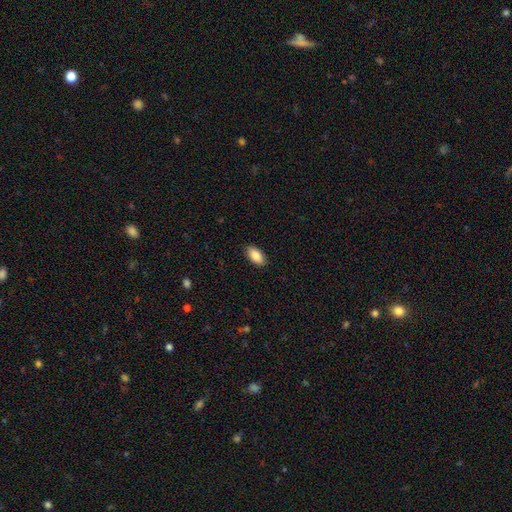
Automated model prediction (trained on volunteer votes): Smooth or featured?
  - smooth: 88% *
  - star or artifact: 6%
  - featured or disk: 6%
How rounded?
  - in between: 92% *
  - cigar-shaped: 5%
  - round: 3%
Merging?
  - none: 89% *
  - minor disturbance: 8%
  - major disturbance: 2%
  - merger: 1%